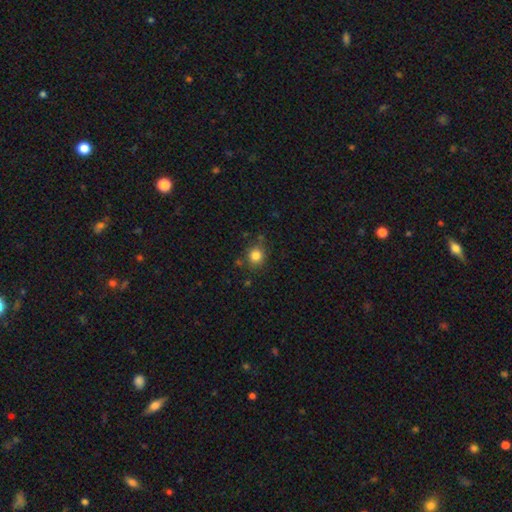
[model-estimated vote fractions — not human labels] smooth_or_featured: smooth (p=0.82) [alt: star or artifact p=0.12]
how_rounded: round (p=0.84) [alt: in between p=0.15]
merging: none (p=0.80) [alt: minor disturbance p=0.12]